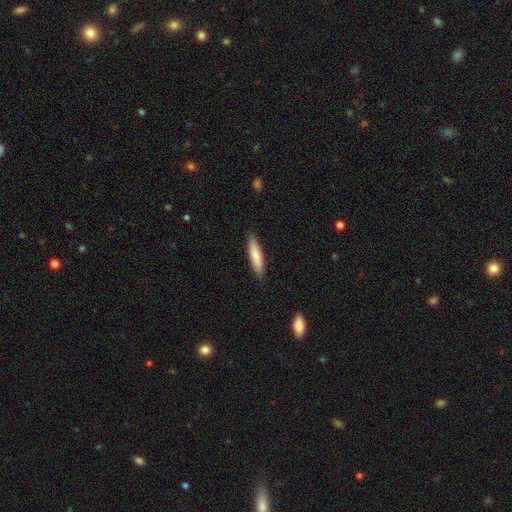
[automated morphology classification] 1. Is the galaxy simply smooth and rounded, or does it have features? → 78% smooth, 16% featured or disk, 6% star or artifact.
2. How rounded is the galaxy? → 82% cigar-shaped, 16% in between, 1% round.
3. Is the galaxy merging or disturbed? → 88% none, 9% minor disturbance, 2% major disturbance, 1% merger.